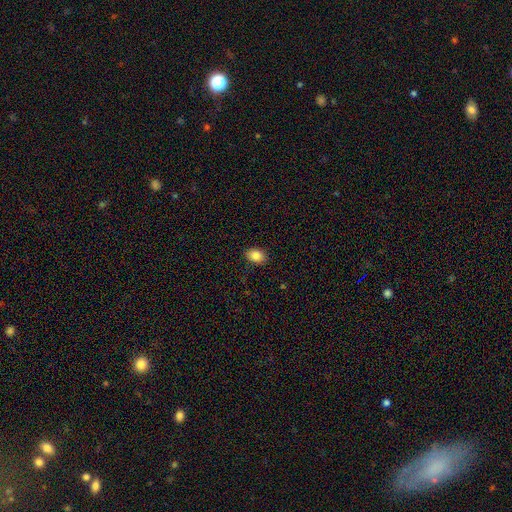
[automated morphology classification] smooth_or_featured: smooth (p=0.87) [alt: star or artifact p=0.08]
how_rounded: in between (p=0.83) [alt: round p=0.16]
merging: none (p=0.88) [alt: minor disturbance p=0.09]